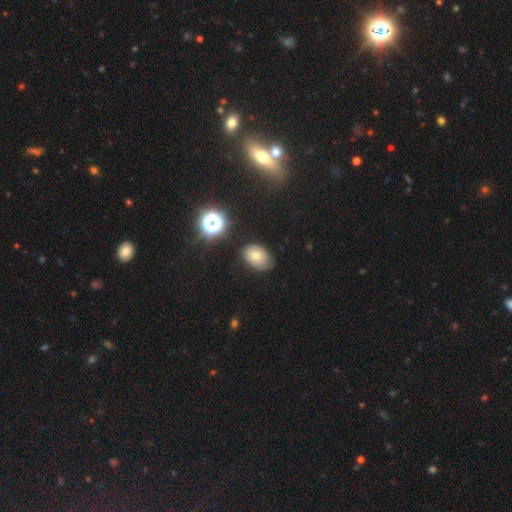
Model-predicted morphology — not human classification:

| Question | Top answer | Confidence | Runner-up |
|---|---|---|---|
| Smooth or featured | smooth | 66% | featured or disk (19%) |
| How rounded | in between | 77% | round (22%) |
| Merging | none | 66% | minor disturbance (26%) |